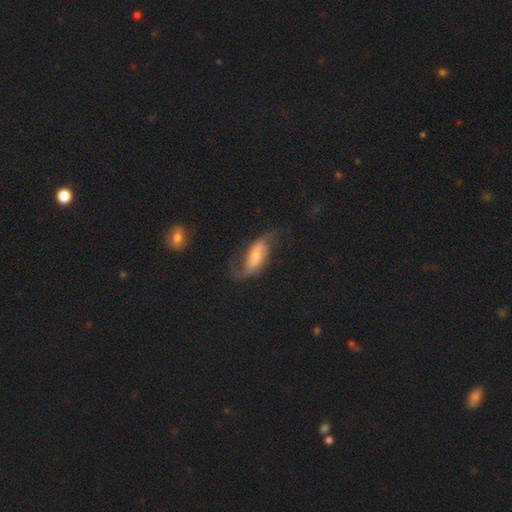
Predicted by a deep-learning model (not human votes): Smooth or featured: featured or disk — 71% (smooth — 23%)
Edge-on disk: no — 89% (yes — 11%)
Bar: weak — 40% (no — 35%)
Spiral arms: yes — 89% (no — 11%)
Spiral winding: loose — 73% (medium — 20%)
Spiral arm count: 2 — 84% (1 — 7%)
Bulge size: small — 45% (moderate — 44%)
Merging: none — 55% (minor disturbance — 23%)